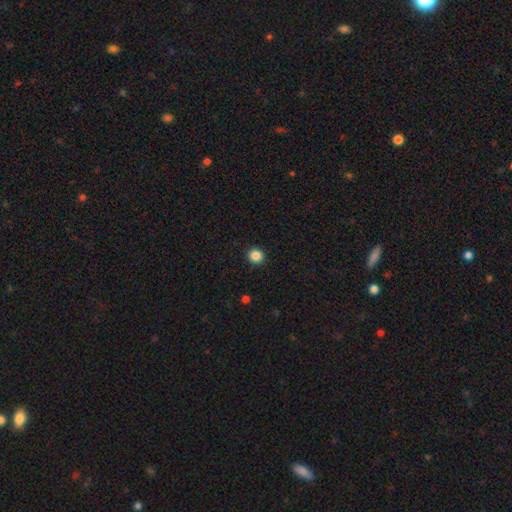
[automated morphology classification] Overall: smooth (86%). How rounded: round (90%). Merging: none (93%).